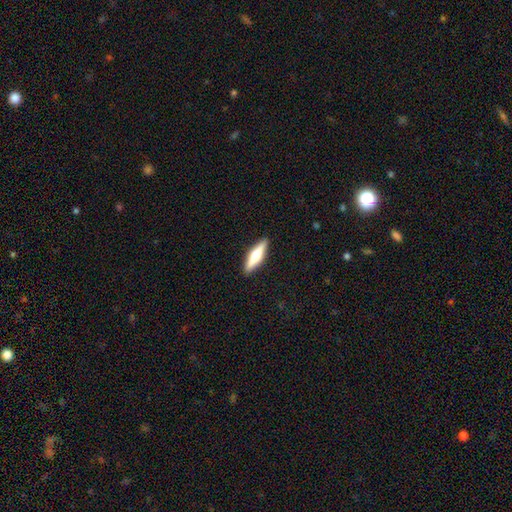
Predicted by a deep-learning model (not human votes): smooth 50%, featured or disk 45%, star or artifact 5%. Down the decision tree: how rounded — cigar-shaped (72%); merging — none (91%).